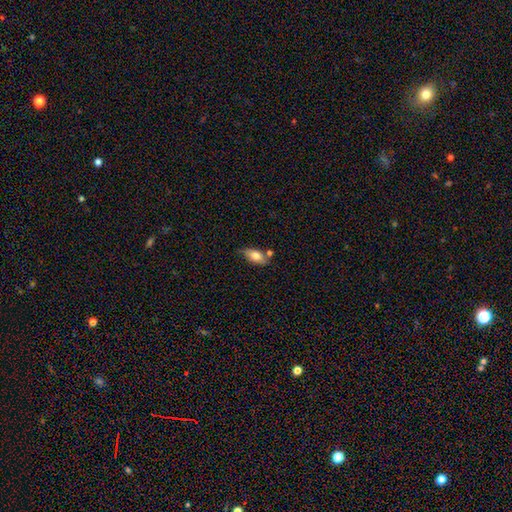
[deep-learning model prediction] Smooth or featured? smooth (72%)
How rounded? in between (86%)
Merging? none (57%)